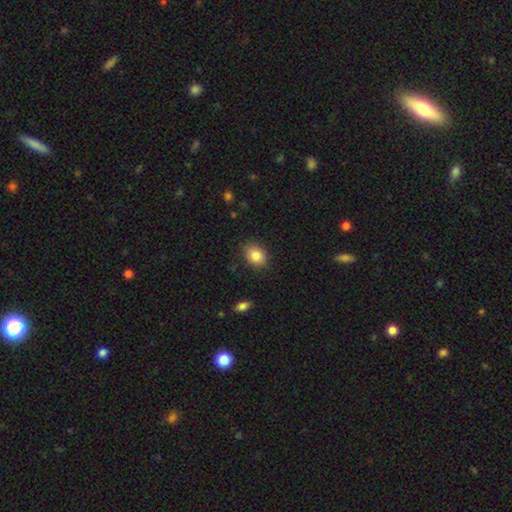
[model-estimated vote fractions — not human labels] A smooth galaxy with no disk features (85%) that is in between round and cigar-shaped (66%). Merging: none (84%).